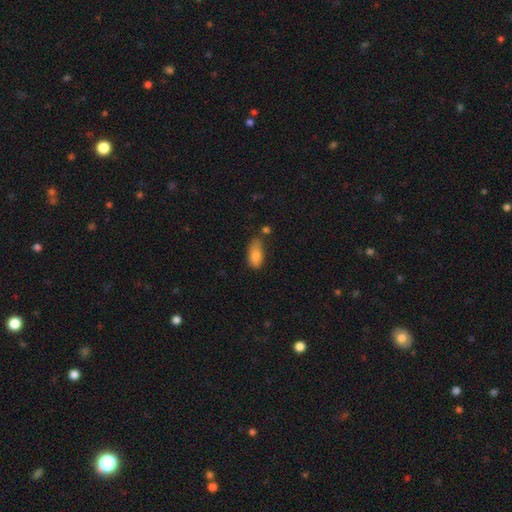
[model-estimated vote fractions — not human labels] The model was most divided on "merging": none: 52%, minor disturbance: 31%, merger: 9%, major disturbance: 8%. More confident: how rounded — in between (84%); smooth or featured — smooth (82%).